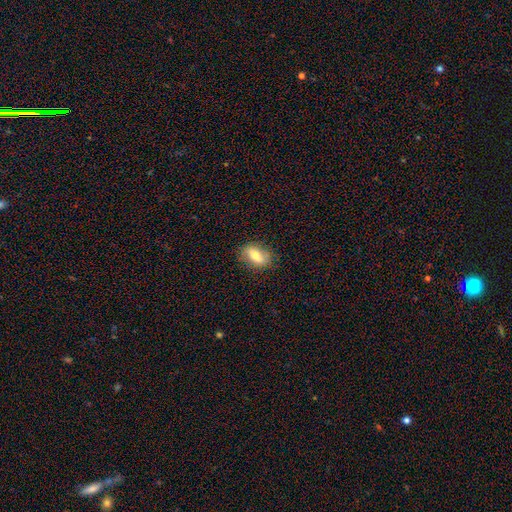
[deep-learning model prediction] This is likely a smooth galaxy (68%). How rounded: clearly in between (83%). Merging: clearly none (82%).